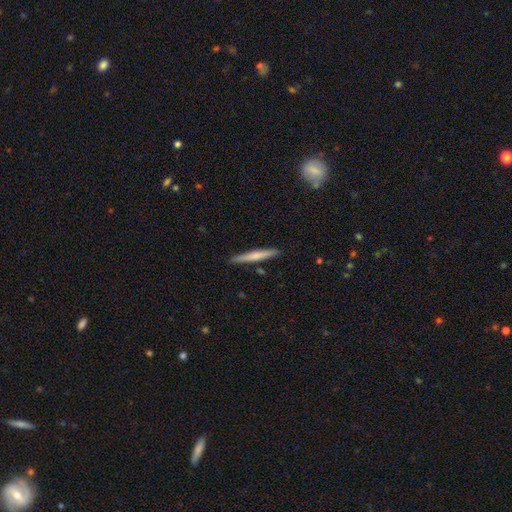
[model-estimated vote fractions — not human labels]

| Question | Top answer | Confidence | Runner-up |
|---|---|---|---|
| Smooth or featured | smooth | 59% | featured or disk (36%) |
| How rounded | cigar-shaped | 96% | in between (3%) |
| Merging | none | 88% | minor disturbance (8%) |